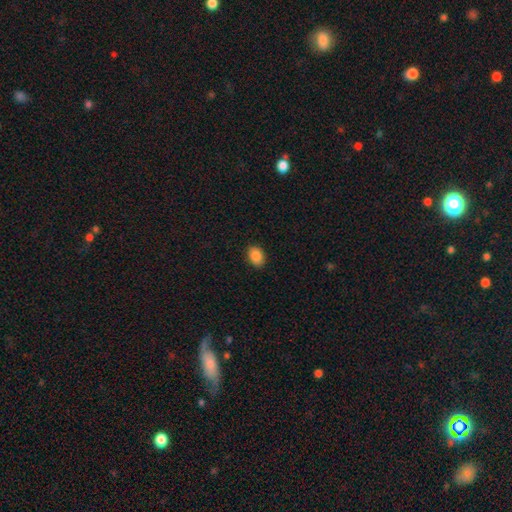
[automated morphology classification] The model was most divided on "how rounded": in between: 77%, round: 22%, cigar-shaped: 1%. More confident: merging — none (88%); smooth or featured — smooth (87%).